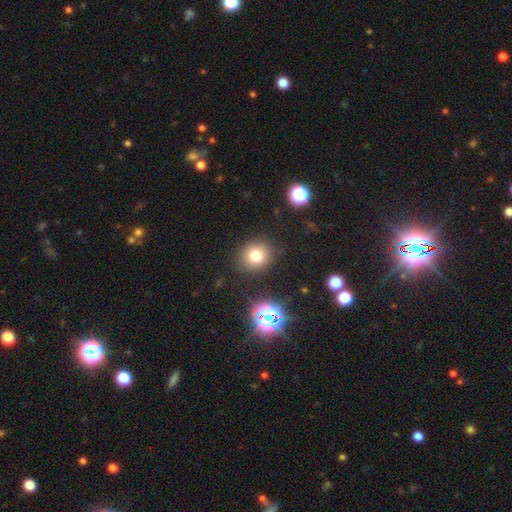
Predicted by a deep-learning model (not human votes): Smooth or featured? Predicted: smooth (p=0.76). How rounded? Predicted: round (p=0.83). Merging? Predicted: none (p=0.88).